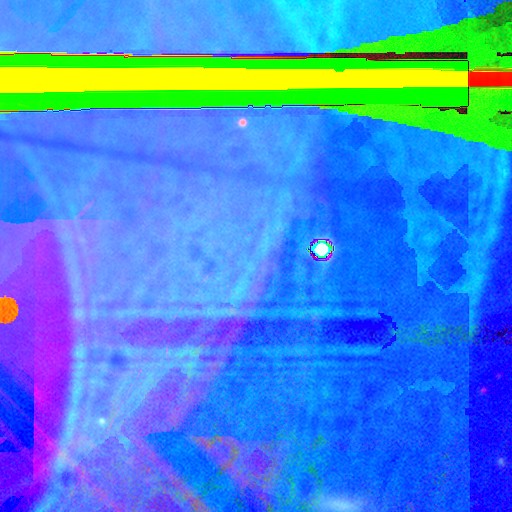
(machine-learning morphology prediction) Smooth or featured? star or artifact (86%)